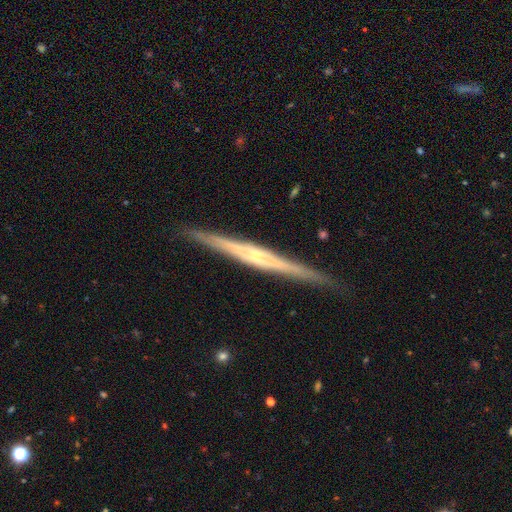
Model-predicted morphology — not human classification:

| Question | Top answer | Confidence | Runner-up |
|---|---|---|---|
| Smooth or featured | featured or disk | 82% | smooth (13%) |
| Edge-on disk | yes | 98% | no (2%) |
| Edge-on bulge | rounded | 62% | none (21%) |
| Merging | none | 90% | minor disturbance (8%) |